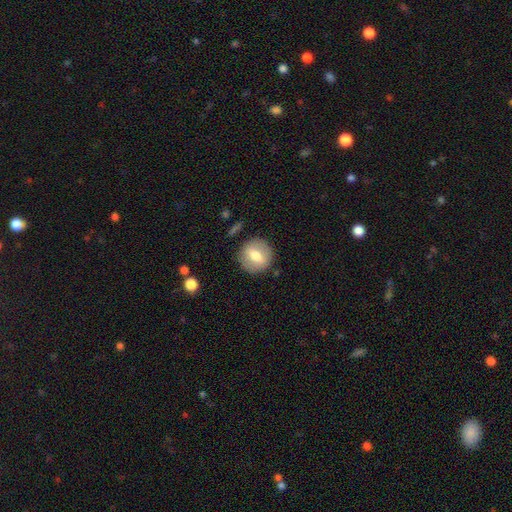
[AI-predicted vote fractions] Smooth or featured: smooth — 62% (featured or disk — 31%)
How rounded: round — 85% (in between — 13%)
Merging: none — 87% (minor disturbance — 9%)